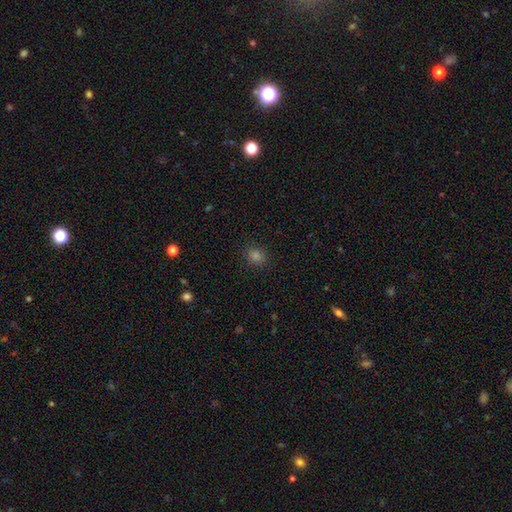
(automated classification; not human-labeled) smooth 78%, star or artifact 18%, featured or disk 4%. Down the decision tree: how rounded — round (69%); merging — none (89%).